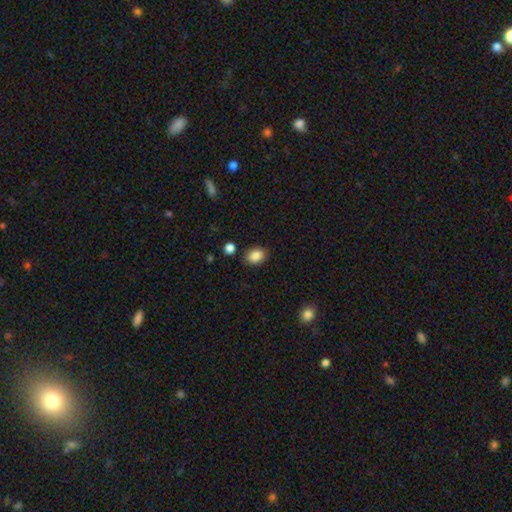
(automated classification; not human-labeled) Smooth or featured?
  - smooth: 86% *
  - star or artifact: 9%
  - featured or disk: 5%
How rounded?
  - in between: 70% *
  - round: 29%
  - cigar-shaped: 1%
Merging?
  - none: 84% *
  - minor disturbance: 10%
  - merger: 3%
  - major disturbance: 3%